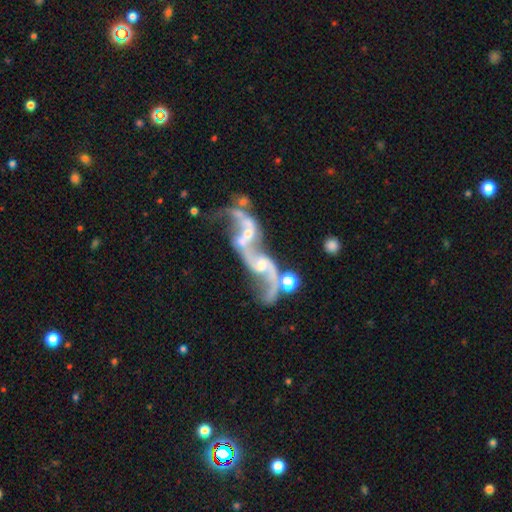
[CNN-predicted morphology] Q: Smooth or featured?
A: featured or disk (72%); runner-up: star or artifact (16%)
Q: Edge-on disk?
A: no (85%); runner-up: yes (15%)
Q: Bar?
A: no (54%); runner-up: weak (30%)
Q: Spiral arms?
A: yes (67%); runner-up: no (33%)
Q: Bulge size?
A: small (42%); runner-up: none (28%)
Q: Merging?
A: merger (47%); runner-up: none (22%)